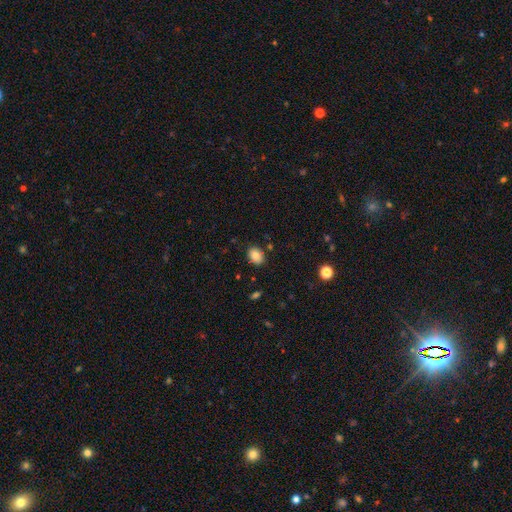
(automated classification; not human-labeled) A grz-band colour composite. It shows a smooth galaxy with no disk features (85%) that is in between round and cigar-shaped (66%). Merging: none (84%).